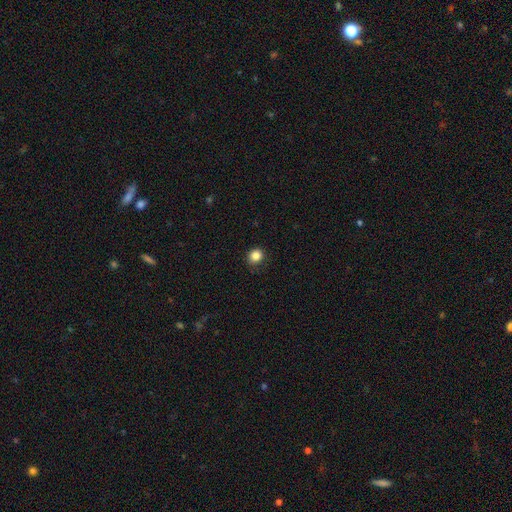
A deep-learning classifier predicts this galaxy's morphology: A smooth galaxy with no disk features (85%) that is round (84%). Merging: none (84%).